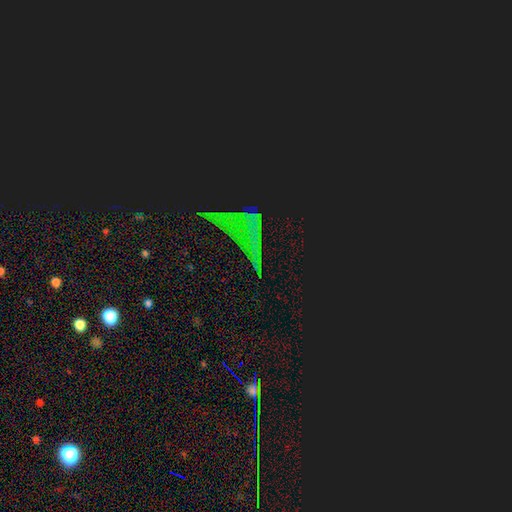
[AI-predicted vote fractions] The model was most divided on "smooth or featured": star or artifact: 81%, smooth: 10%, featured or disk: 9%.